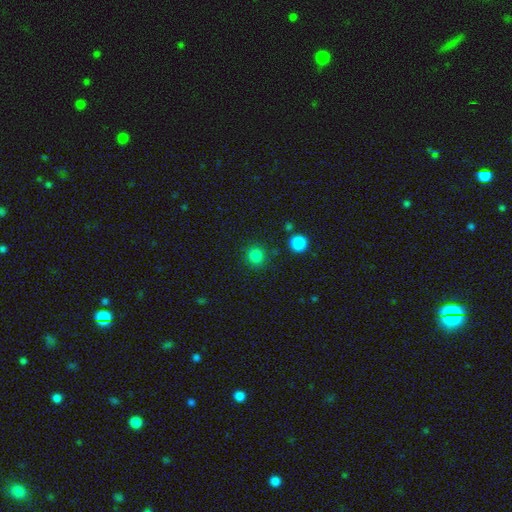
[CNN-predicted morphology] smooth 83%, star or artifact 13%, featured or disk 3%. Down the decision tree: how rounded — round (92%); merging — none (87%).